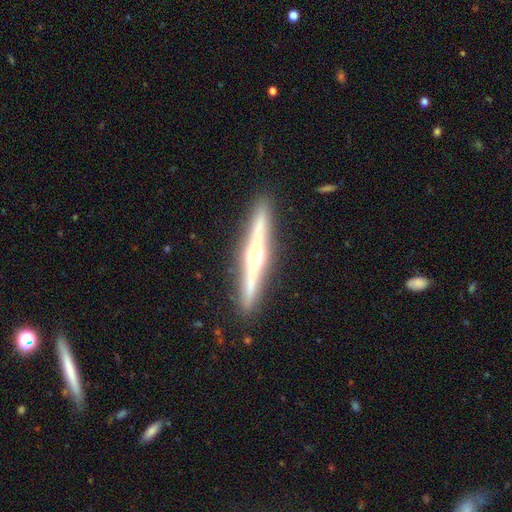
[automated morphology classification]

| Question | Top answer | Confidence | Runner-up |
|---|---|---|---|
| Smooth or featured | featured or disk | 77% | smooth (17%) |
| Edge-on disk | yes | 97% | no (3%) |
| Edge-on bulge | rounded | 85% | boxy (9%) |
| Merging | none | 90% | minor disturbance (7%) |